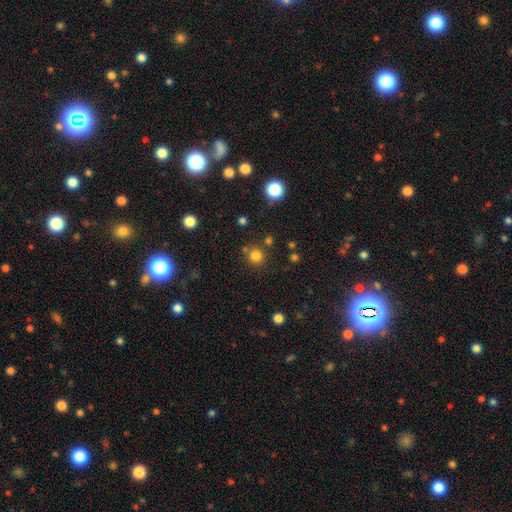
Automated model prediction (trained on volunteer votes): Smooth or featured? smooth (80%)
How rounded? round (93%)
Merging? none (82%)